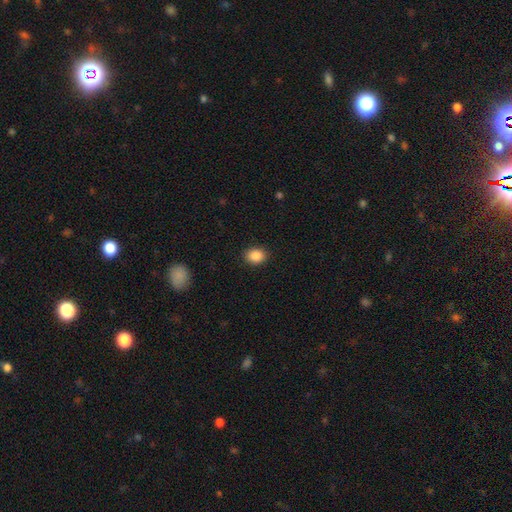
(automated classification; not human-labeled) A smooth galaxy with no disk features (88%) that is in between round and cigar-shaped (55%).

Vote fractions:
- Smooth or featured? smooth: 88% / star or artifact: 9% / featured or disk: 4%
- How rounded? in between: 55% / round: 44% / cigar-shaped: 1%
- Merging? none: 90% / minor disturbance: 7% / major disturbance: 2% / merger: 1%